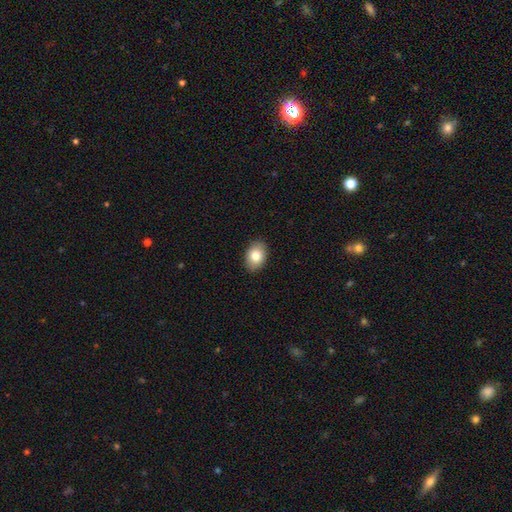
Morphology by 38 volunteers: A smooth galaxy with no disk features (84%) that is in between round and cigar-shaped (84%). Merging: none (94%).